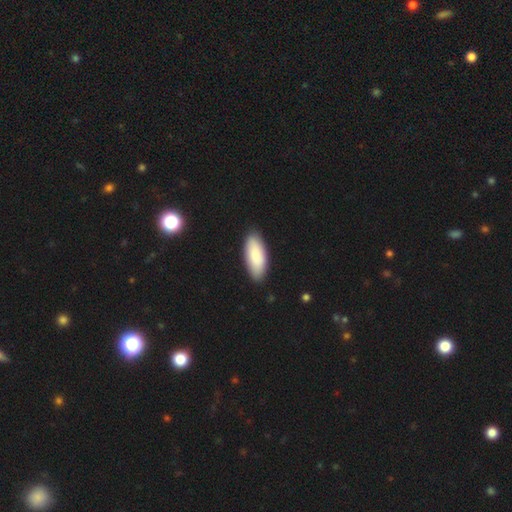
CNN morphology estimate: This is clearly a smooth galaxy (84%). How rounded: clearly in between (85%). Merging: clearly none (87%).